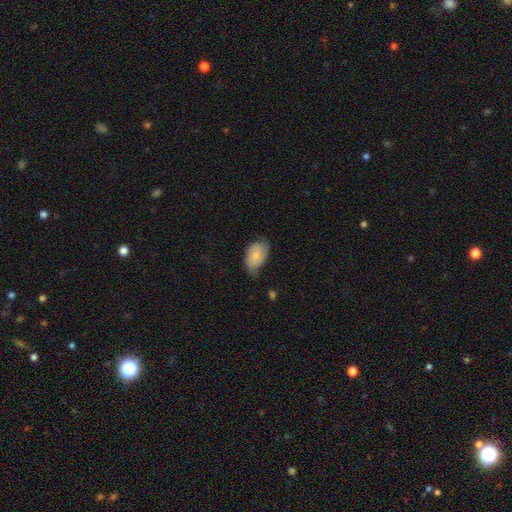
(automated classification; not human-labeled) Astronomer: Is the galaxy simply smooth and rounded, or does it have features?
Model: smooth — 73%.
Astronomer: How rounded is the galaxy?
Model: in between — 91%.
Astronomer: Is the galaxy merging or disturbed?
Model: none — 52% (runner-up: minor disturbance, 37%).